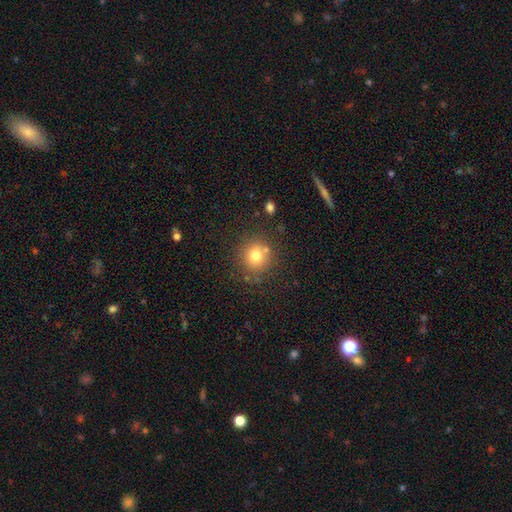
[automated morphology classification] smooth-or-featured: smooth: 75% | star or artifact: 14% | featured or disk: 11%
  how-rounded: round: 90% | in between: 9% | cigar-shaped: 1%
  merging: none: 78% | minor disturbance: 10% | merger: 8% | major disturbance: 4%